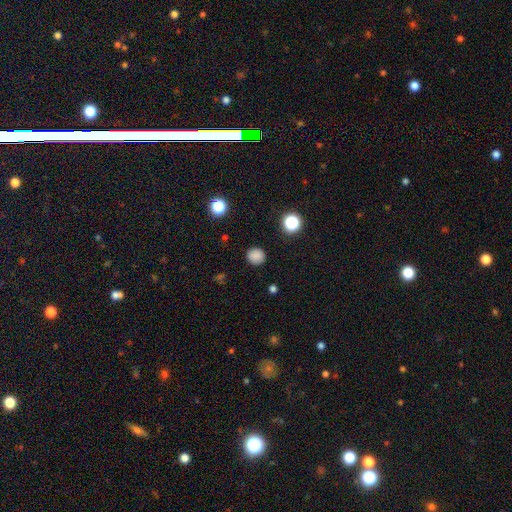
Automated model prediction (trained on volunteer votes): smooth_or_featured: smooth (p=0.84) [alt: star or artifact p=0.13]
how_rounded: round (p=0.87) [alt: in between p=0.12]
merging: none (p=0.88) [alt: minor disturbance p=0.08]